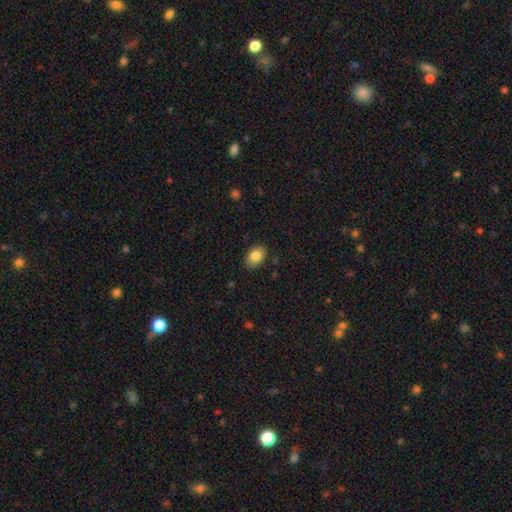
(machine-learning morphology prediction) A smooth galaxy with no disk features (85%) that is in between round and cigar-shaped (80%).

Vote fractions:
- Smooth or featured? smooth: 85% / star or artifact: 8% / featured or disk: 7%
- How rounded? in between: 80% / round: 18% / cigar-shaped: 1%
- Merging? none: 84% / minor disturbance: 12% / major disturbance: 2% / merger: 1%